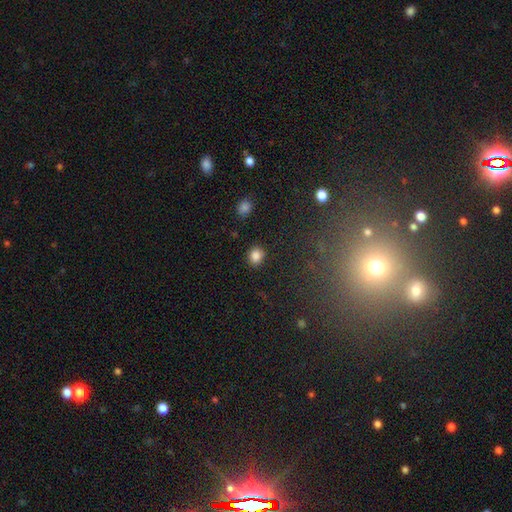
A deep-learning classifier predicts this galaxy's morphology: Smooth or featured? smooth (85%)
How rounded? round (67%)
Merging? none (86%)